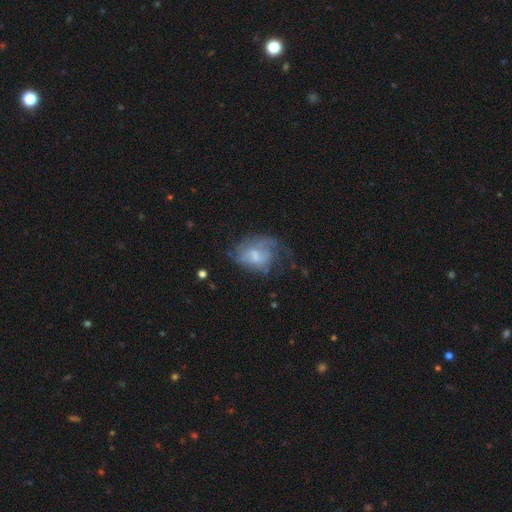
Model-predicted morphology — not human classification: smooth-or-featured: featured or disk: 55% | smooth: 36% | star or artifact: 10%
  disk-edge-on: no: 97% | yes: 3%
    bar: no: 56% | weak: 38% | strong: 6%
    has-spiral-arms: yes: 56% | no: 44%
    bulge-size: moderate: 38% | small: 34% | none: 20% | large: 7% | dominant: 1%
  merging: none: 38% | major disturbance: 32% | minor disturbance: 27% | merger: 3%